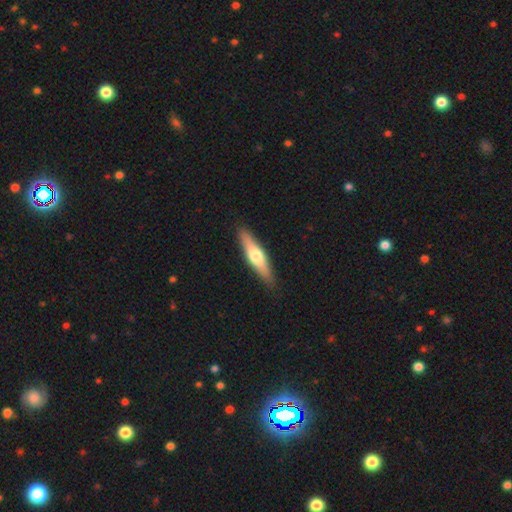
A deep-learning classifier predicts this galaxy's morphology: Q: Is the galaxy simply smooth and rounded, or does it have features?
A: smooth — 49%.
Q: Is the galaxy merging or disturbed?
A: none — 89%.